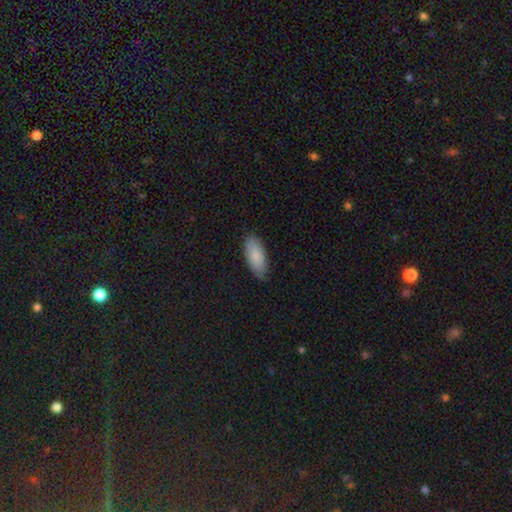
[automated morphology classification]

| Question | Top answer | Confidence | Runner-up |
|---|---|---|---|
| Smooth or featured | smooth | 85% | featured or disk (9%) |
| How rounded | in between | 85% | cigar-shaped (13%) |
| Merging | none | 80% | minor disturbance (16%) |